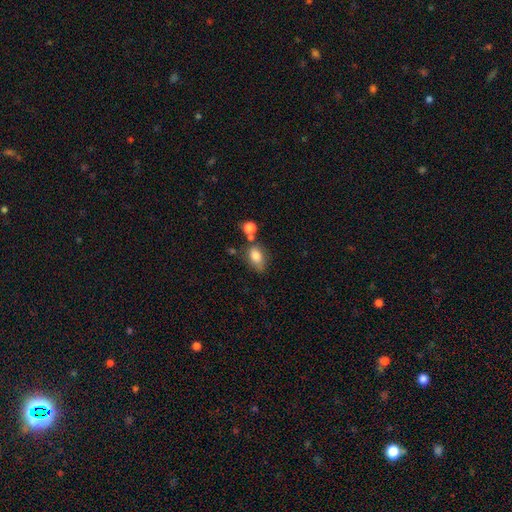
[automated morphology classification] This appears to be a smooth galaxy with no disk features (80%) that is in between round and cigar-shaped (82%). Merging: none (57%).